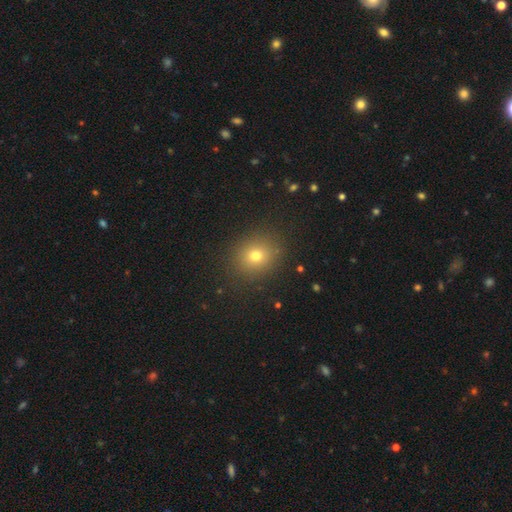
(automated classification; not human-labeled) A smooth galaxy with no disk features (73%) that is round (73%). Merging: none (88%).